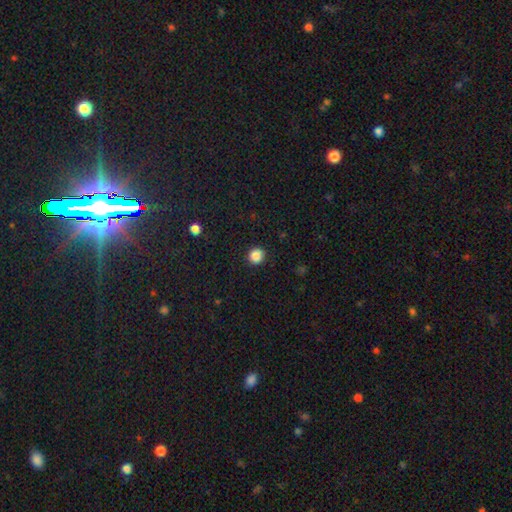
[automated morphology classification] type=smooth (86%); roundness=round (92%); merging=none (92%).